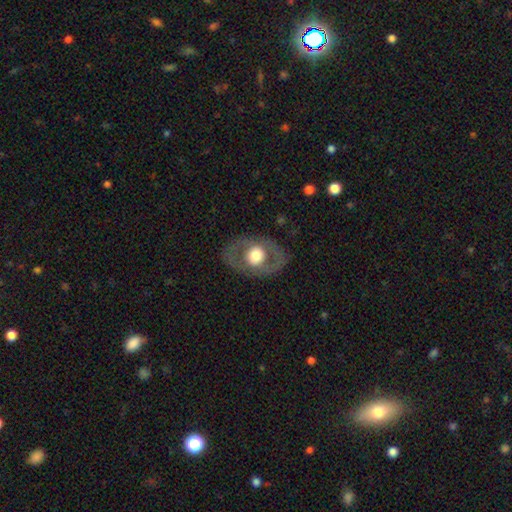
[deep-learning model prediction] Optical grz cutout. It shows a featured or disk galaxy (52%). Merging: none (78%).